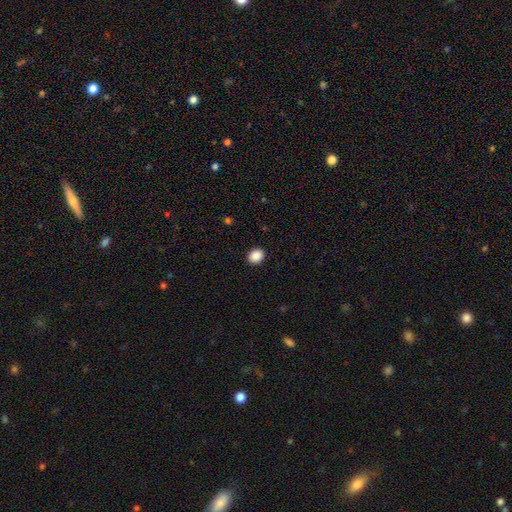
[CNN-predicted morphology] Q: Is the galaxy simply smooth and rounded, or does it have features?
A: smooth — 89%.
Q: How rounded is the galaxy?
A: round — 61%.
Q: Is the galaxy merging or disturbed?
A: none — 92%.